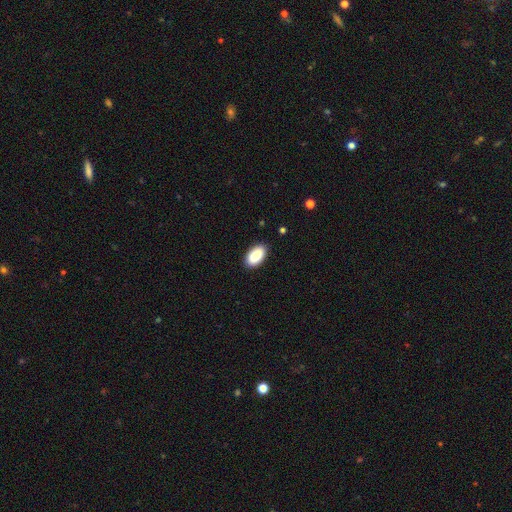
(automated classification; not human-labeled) Smooth or featured: smooth — 90% (star or artifact — 6%)
How rounded: in between — 95% (round — 3%)
Merging: none — 88% (minor disturbance — 9%)